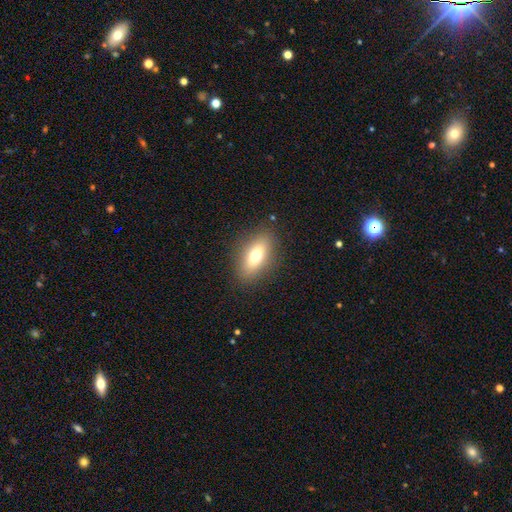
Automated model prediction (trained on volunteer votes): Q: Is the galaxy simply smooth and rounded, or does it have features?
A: smooth — 69%.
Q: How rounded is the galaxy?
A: in between — 80%.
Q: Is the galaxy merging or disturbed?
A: none — 87%.